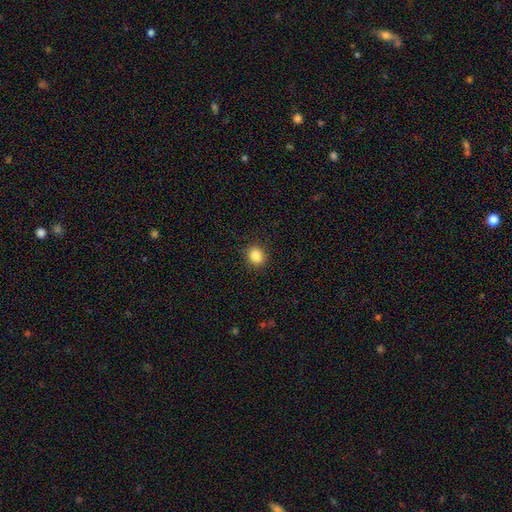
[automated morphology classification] Smooth or featured?
  - smooth: 85% *
  - star or artifact: 10%
  - featured or disk: 4%
How rounded?
  - round: 82% *
  - in between: 17%
  - cigar-shaped: 1%
Merging?
  - none: 91% *
  - minor disturbance: 6%
  - major disturbance: 2%
  - merger: 1%